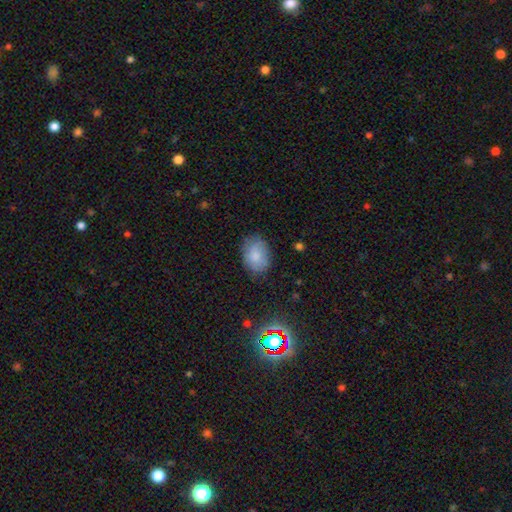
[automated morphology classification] Smooth or featured? Predicted: smooth (p=0.80). How rounded? Predicted: in between (p=0.72). Merging? Predicted: none (p=0.75).